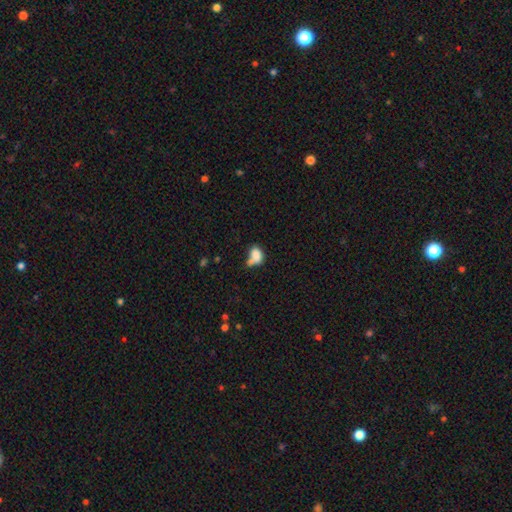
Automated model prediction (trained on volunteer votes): A smooth galaxy with no disk features (80%) that is in between round and cigar-shaped (80%).

Vote fractions:
- Smooth or featured? smooth: 80% / featured or disk: 11% / star or artifact: 10%
- How rounded? in between: 80% / round: 18% / cigar-shaped: 2%
- Merging? merger: 40% / none: 29% / minor disturbance: 20% / major disturbance: 11%